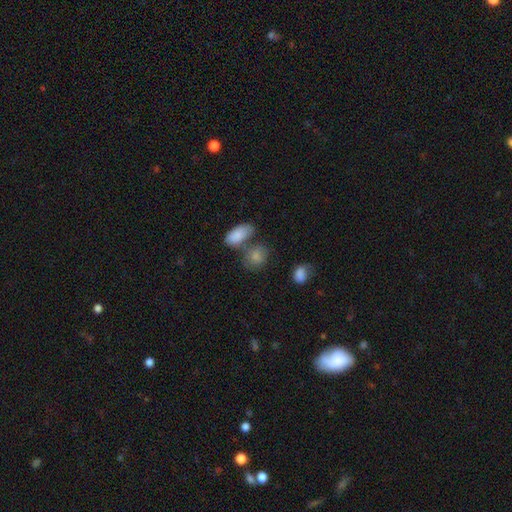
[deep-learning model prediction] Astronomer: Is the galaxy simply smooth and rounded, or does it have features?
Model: smooth — 82%.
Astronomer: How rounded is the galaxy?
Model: in between — 63%.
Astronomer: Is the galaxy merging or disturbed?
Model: none — 48% (runner-up: merger, 28%).